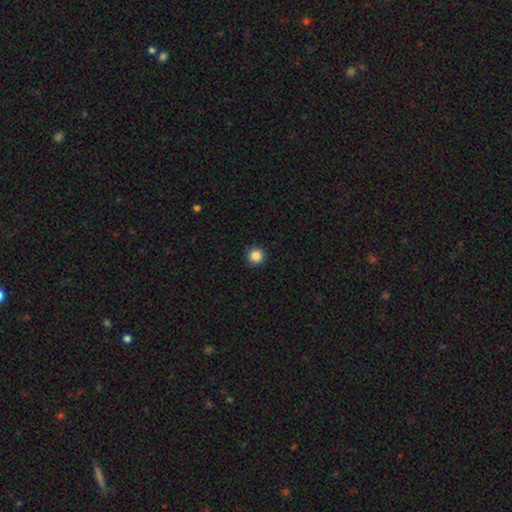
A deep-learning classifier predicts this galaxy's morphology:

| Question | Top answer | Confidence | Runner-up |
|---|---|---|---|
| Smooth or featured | smooth | 86% | star or artifact (10%) |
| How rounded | round | 96% | in between (3%) |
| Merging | none | 92% | minor disturbance (5%) |